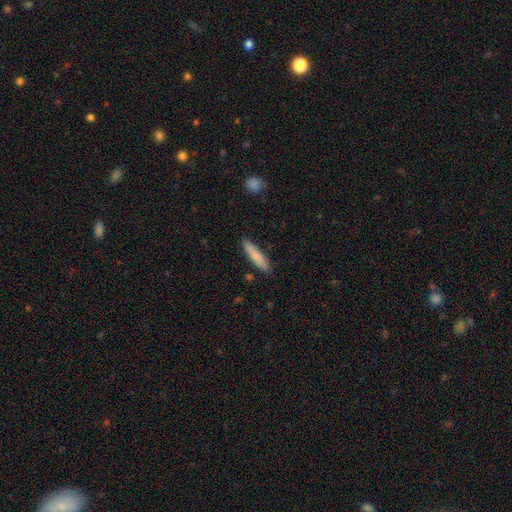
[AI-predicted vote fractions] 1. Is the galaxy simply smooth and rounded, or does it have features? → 81% smooth, 14% featured or disk, 6% star or artifact.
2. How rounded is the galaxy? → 84% cigar-shaped, 14% in between, 1% round.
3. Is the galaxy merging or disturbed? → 88% none, 9% minor disturbance, 2% major disturbance, 2% merger.